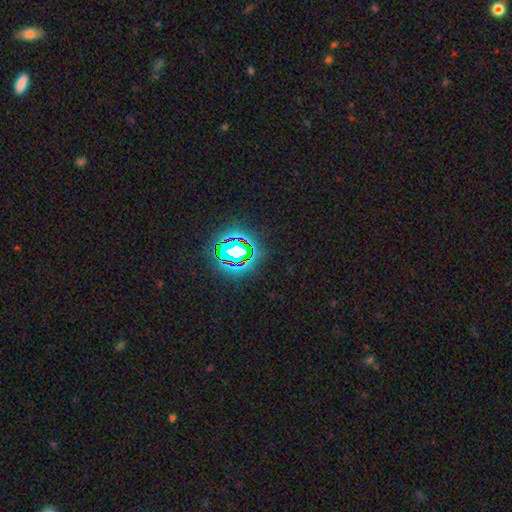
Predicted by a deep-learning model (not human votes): Smooth or featured? star or artifact (79%)